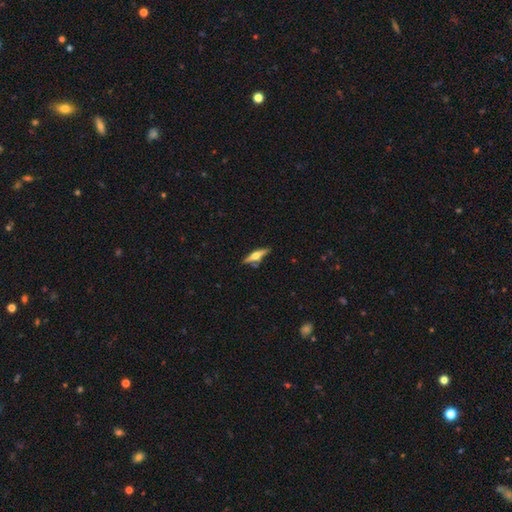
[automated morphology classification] This appears to be a featured or disk galaxy (61%) viewed edge-on (96%) with a rounded central bulge (92%). Merging: none (79%).